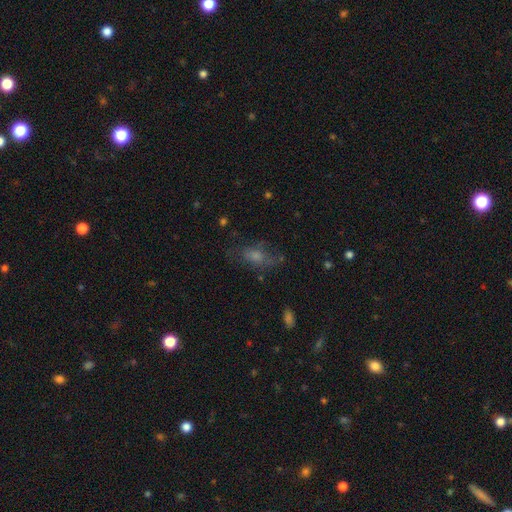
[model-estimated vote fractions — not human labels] A smooth galaxy with no disk features (43%).

Vote fractions:
- Smooth or featured? smooth: 43% / featured or disk: 33% / star or artifact: 23%
- Merging? none: 61% / minor disturbance: 21% / major disturbance: 15% / merger: 3%